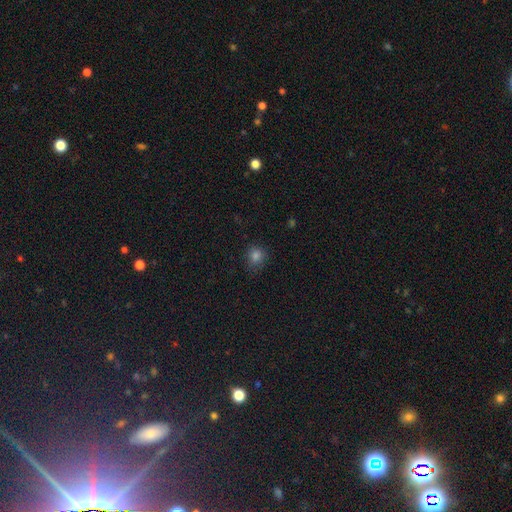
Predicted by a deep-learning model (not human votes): Smooth or featured?
  - smooth: 80% *
  - star or artifact: 15%
  - featured or disk: 5%
How rounded?
  - round: 78% *
  - in between: 21%
  - cigar-shaped: 1%
Merging?
  - none: 77% *
  - minor disturbance: 18%
  - major disturbance: 4%
  - merger: 1%